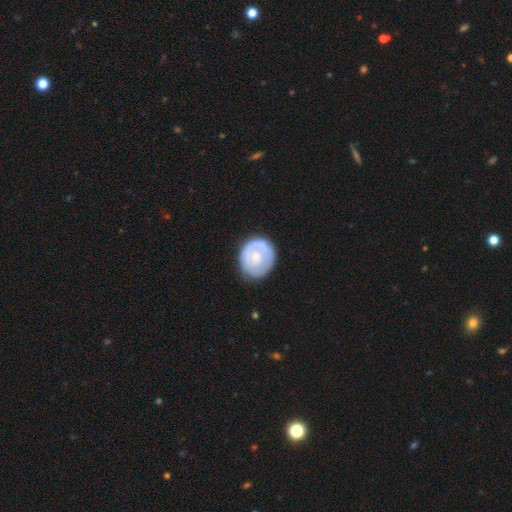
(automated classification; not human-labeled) Smooth or featured? Predicted: featured or disk (p=0.49). Merging? Predicted: none (p=0.70).